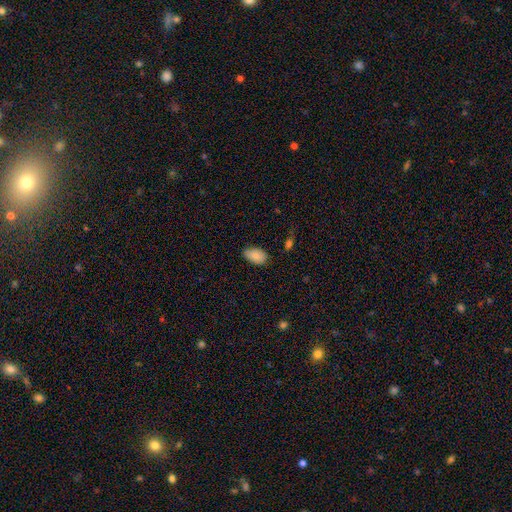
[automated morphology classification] This is clearly a smooth galaxy (87%). How rounded: clearly in between (92%). Merging: likely none (69%).